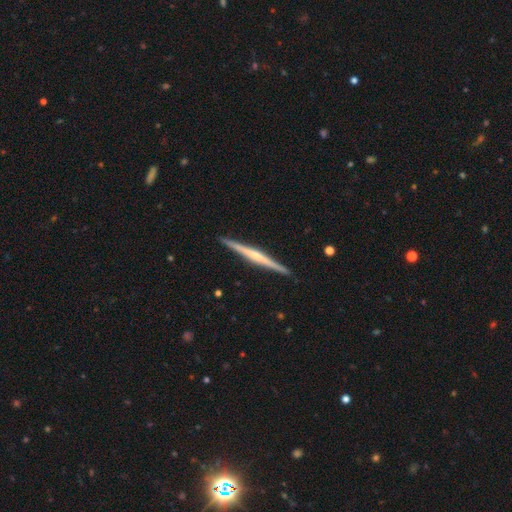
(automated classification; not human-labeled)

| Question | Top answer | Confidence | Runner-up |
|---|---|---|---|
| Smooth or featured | featured or disk | 73% | smooth (22%) |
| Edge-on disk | yes | 98% | no (2%) |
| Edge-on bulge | rounded | 58% | none (31%) |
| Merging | none | 92% | minor disturbance (6%) |